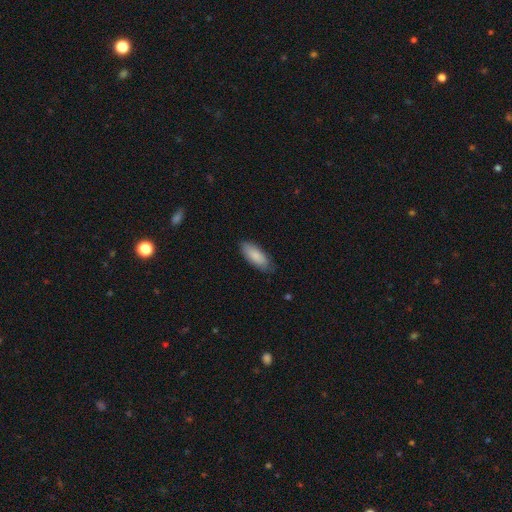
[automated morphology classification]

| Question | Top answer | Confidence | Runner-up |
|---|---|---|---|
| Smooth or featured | smooth | 87% | featured or disk (8%) |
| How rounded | in between | 80% | cigar-shaped (18%) |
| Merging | none | 80% | minor disturbance (16%) |